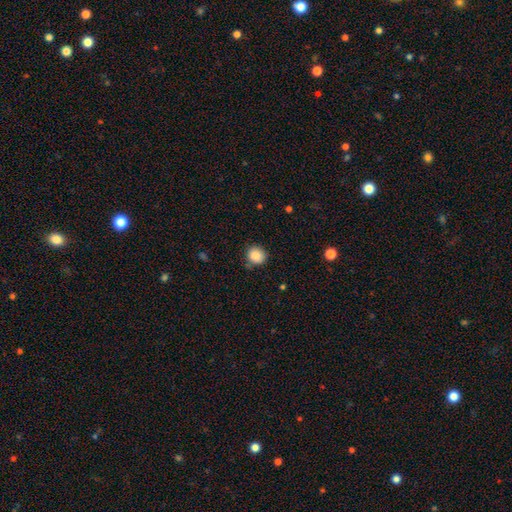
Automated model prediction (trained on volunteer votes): Q: Smooth or featured?
A: smooth (86%); runner-up: star or artifact (9%)
Q: How rounded?
A: round (85%); runner-up: in between (14%)
Q: Merging?
A: none (82%); runner-up: minor disturbance (13%)